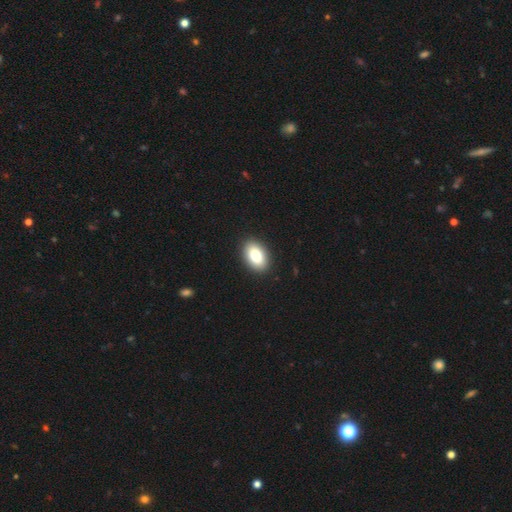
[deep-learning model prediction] smooth_or_featured: smooth (p=0.82) [alt: featured or disk p=0.10]
how_rounded: in between (p=0.89) [alt: round p=0.10]
merging: none (p=0.91) [alt: minor disturbance p=0.06]